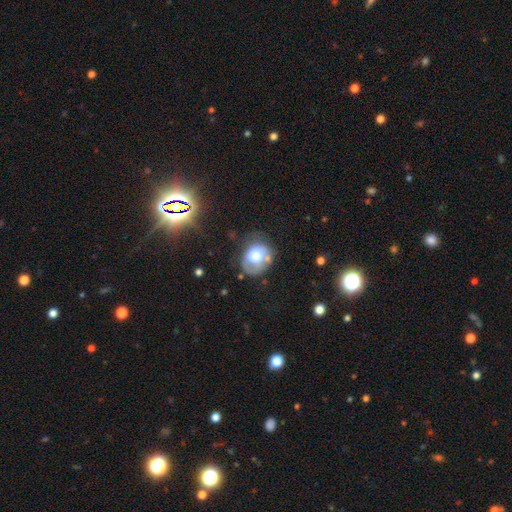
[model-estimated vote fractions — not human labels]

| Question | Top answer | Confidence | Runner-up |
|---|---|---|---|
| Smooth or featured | smooth | 62% | featured or disk (29%) |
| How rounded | round | 54% | in between (46%) |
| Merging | none | 45% | minor disturbance (30%) |